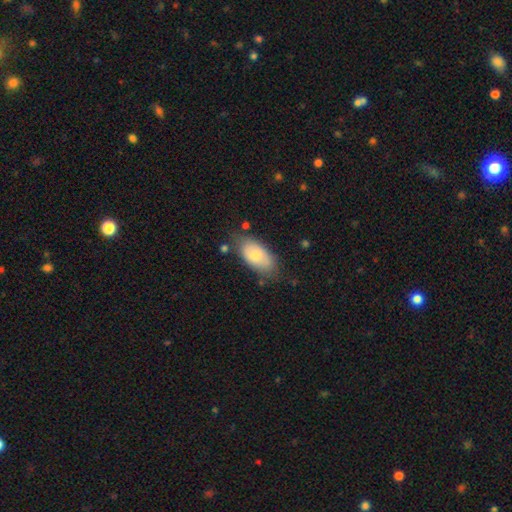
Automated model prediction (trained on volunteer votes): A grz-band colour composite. It shows a smooth galaxy with no disk features (73%) that is in between round and cigar-shaped (93%). Merging: none (69%).